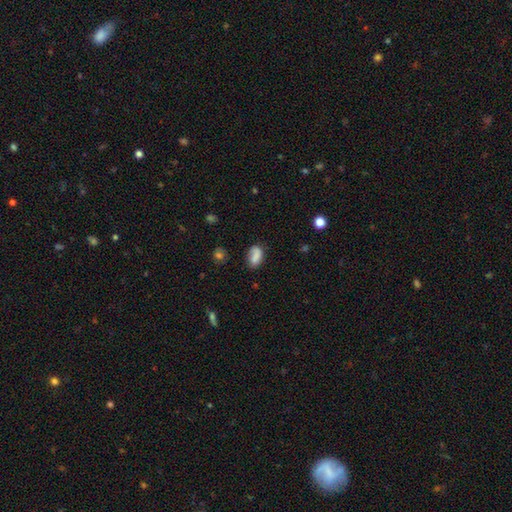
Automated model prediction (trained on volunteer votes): smooth-or-featured: smooth: 79% | featured or disk: 12% | star or artifact: 9%
  how-rounded: in between: 87% | round: 9% | cigar-shaped: 4%
  merging: none: 62% | minor disturbance: 24% | major disturbance: 9% | merger: 5%